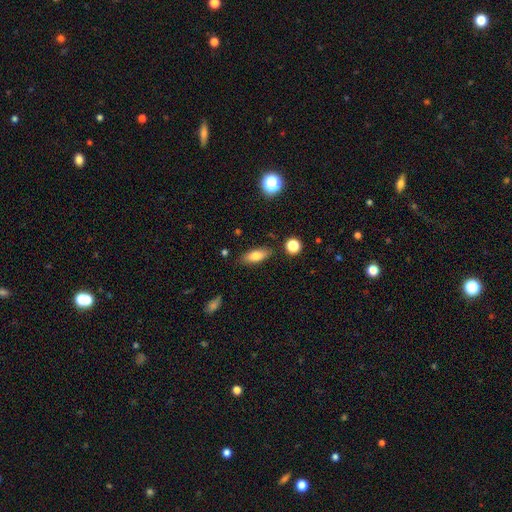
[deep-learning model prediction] smooth_or_featured: smooth (p=0.77) [alt: featured or disk p=0.14]
how_rounded: in between (p=0.75) [alt: cigar-shaped p=0.21]
merging: none (p=0.84) [alt: minor disturbance p=0.11]